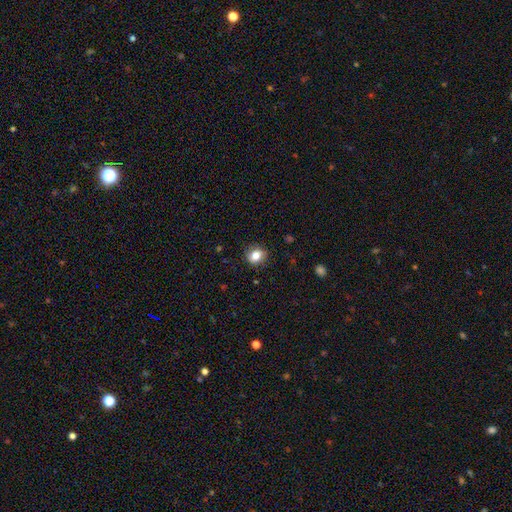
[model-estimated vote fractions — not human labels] Overall: smooth (78%). How rounded: round (67%; in between 32%). Merging: none (85%).